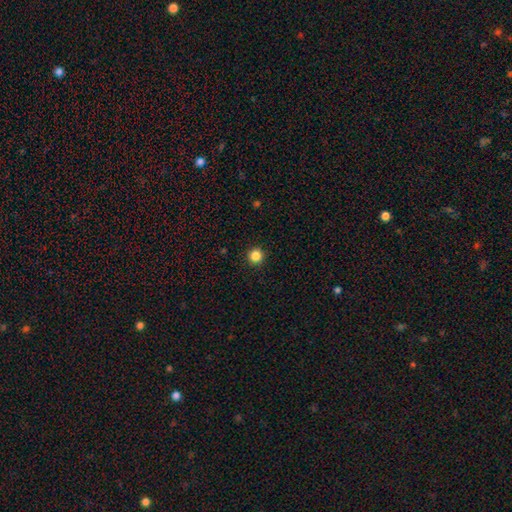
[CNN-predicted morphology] Smooth or featured: smooth — 85% (star or artifact — 11%)
How rounded: round — 96% (in between — 3%)
Merging: none — 93% (minor disturbance — 4%)